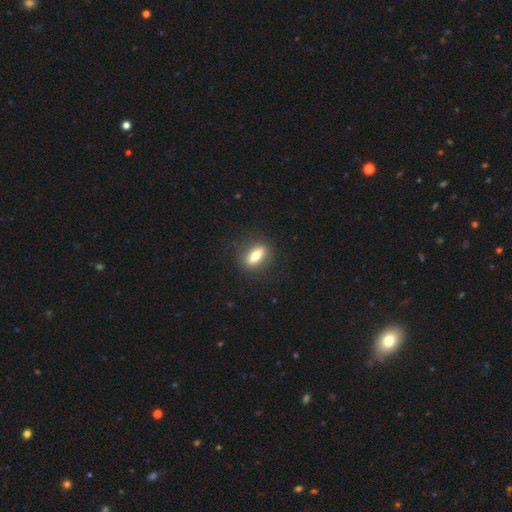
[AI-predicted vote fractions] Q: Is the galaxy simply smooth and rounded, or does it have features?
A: smooth — 59%.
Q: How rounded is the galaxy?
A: in between — 58%.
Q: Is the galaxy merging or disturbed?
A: none — 86%.